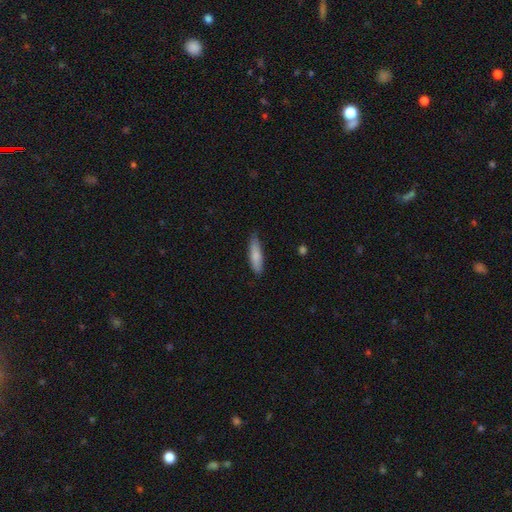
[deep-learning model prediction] This is clearly a smooth galaxy (83%). How rounded: possibly cigar-shaped (60%). Merging: likely none (77%).